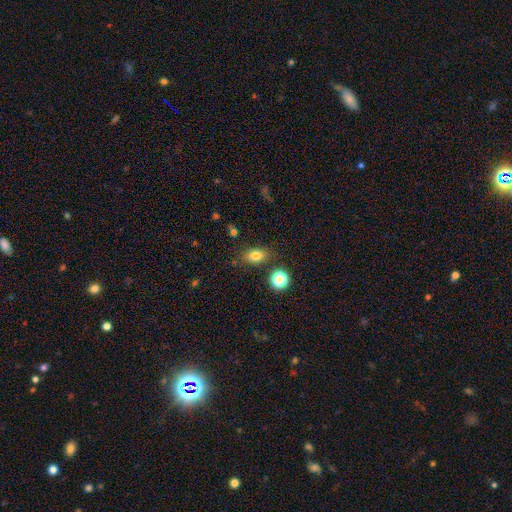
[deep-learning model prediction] Smooth or featured? smooth (81%)
How rounded? in between (77%)
Merging? none (79%)